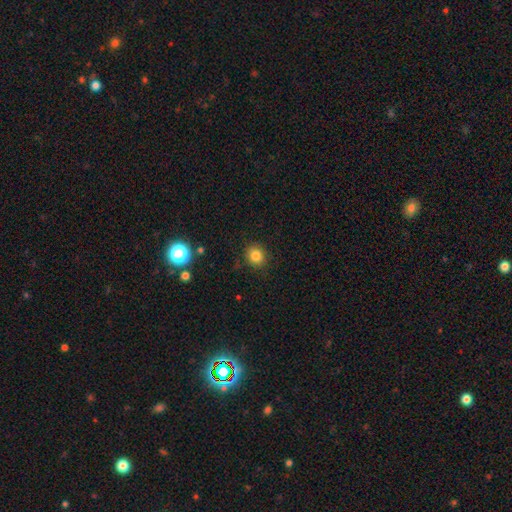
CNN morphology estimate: smooth-or-featured: smooth: 82% | star or artifact: 12% | featured or disk: 5%
  how-rounded: round: 84% | in between: 15% | cigar-shaped: 1%
  merging: none: 88% | minor disturbance: 8% | major disturbance: 2% | merger: 1%